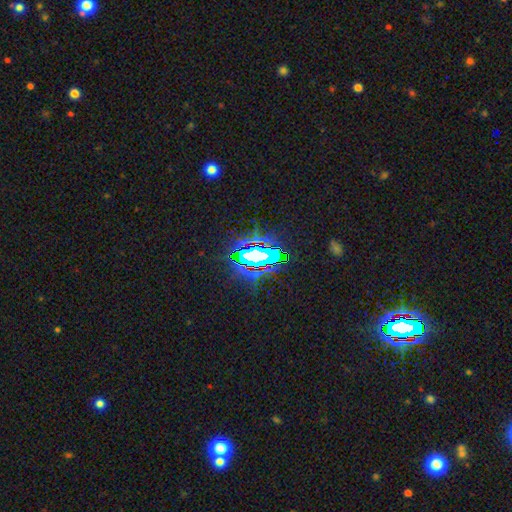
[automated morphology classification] Smooth or featured? star or artifact (67%)